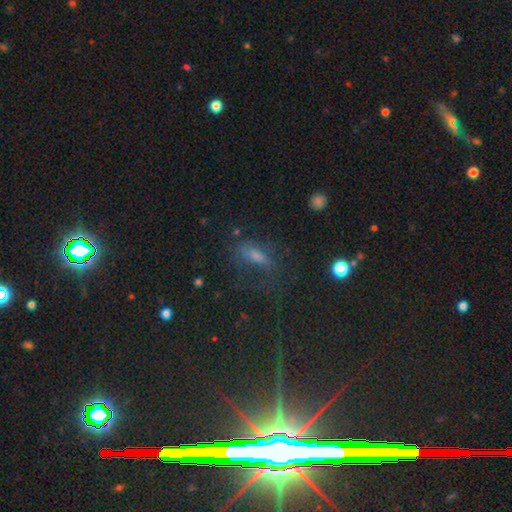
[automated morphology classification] Smooth or featured? smooth (55%)
How rounded? in between (56%)
Merging? none (52%)